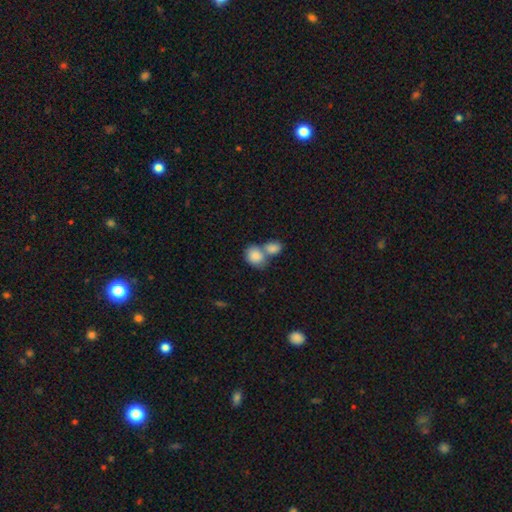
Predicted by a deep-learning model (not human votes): smooth_or_featured: smooth (p=0.85) [alt: featured or disk p=0.08]
how_rounded: in between (p=0.56) [alt: round p=0.43]
merging: merger (p=0.62) [alt: none p=0.28]